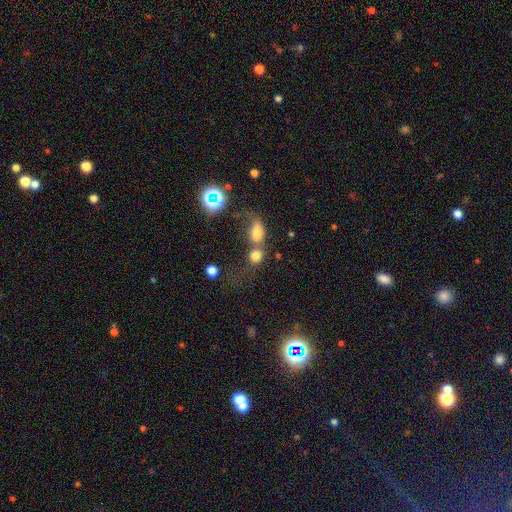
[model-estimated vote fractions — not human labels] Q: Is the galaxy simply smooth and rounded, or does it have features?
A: smooth — 74%.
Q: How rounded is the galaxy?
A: round — 60%.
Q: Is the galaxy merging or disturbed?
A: merger — 53%.